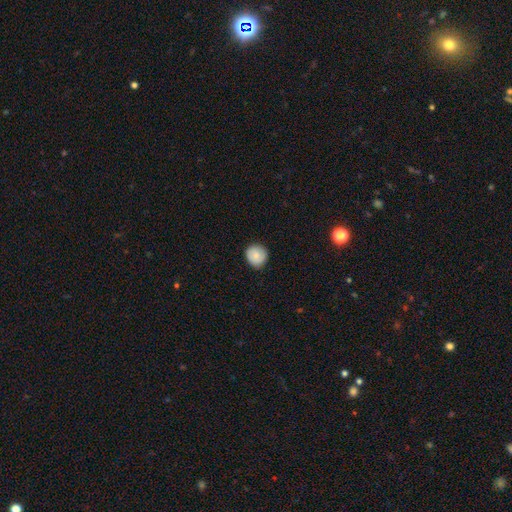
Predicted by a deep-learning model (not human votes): Smooth or featured?
  - smooth: 80% *
  - featured or disk: 13%
  - star or artifact: 7%
How rounded?
  - round: 93% *
  - in between: 7%
  - cigar-shaped: 1%
Merging?
  - none: 88% *
  - minor disturbance: 9%
  - major disturbance: 2%
  - merger: 1%